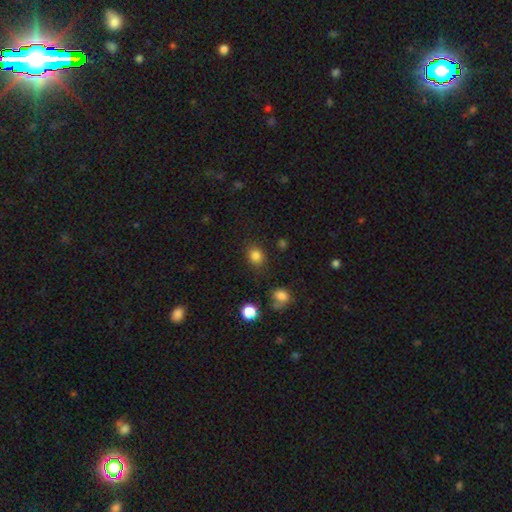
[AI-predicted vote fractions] Smooth or featured? Predicted: smooth (p=0.83). How rounded? Predicted: round (p=0.70). Merging? Predicted: none (p=0.80).